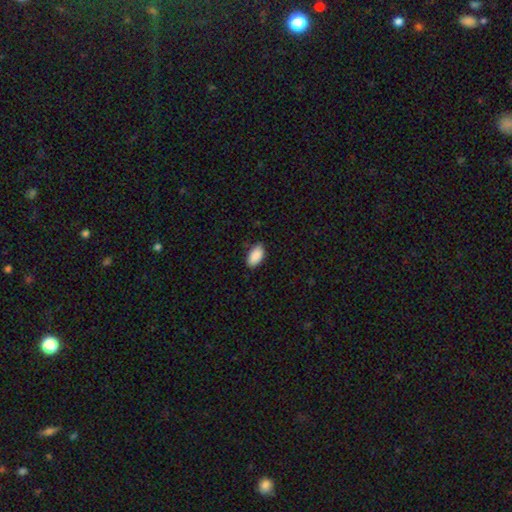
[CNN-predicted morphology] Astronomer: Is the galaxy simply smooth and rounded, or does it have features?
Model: smooth — 90%.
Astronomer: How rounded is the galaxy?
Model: in between — 94%.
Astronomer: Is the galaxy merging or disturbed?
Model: none — 82%.